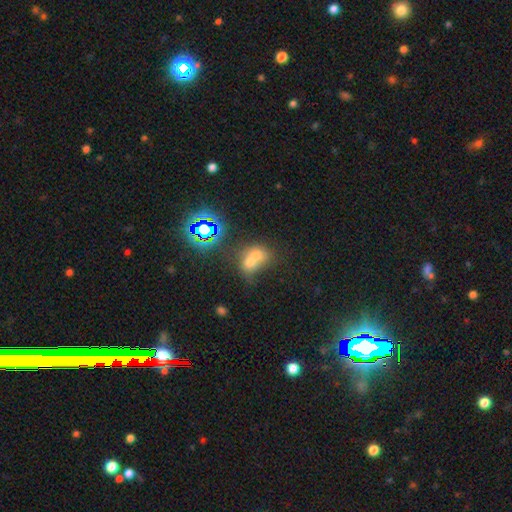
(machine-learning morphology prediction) This appears to be a smooth galaxy with no disk features (57%) that is round (57%). Merging: merger (71%).